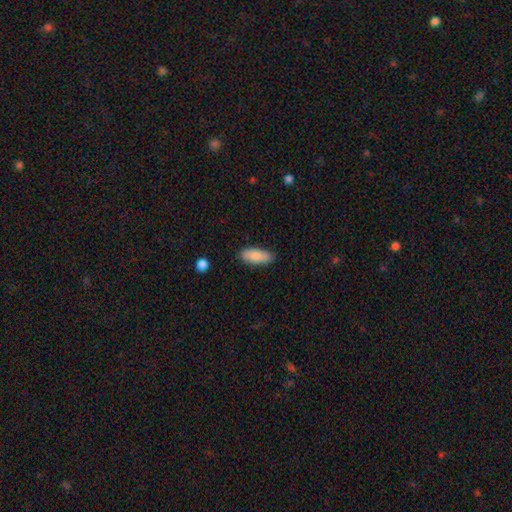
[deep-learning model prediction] Q: Smooth or featured?
A: smooth (85%); runner-up: featured or disk (9%)
Q: How rounded?
A: in between (76%); runner-up: cigar-shaped (22%)
Q: Merging?
A: none (85%); runner-up: minor disturbance (11%)